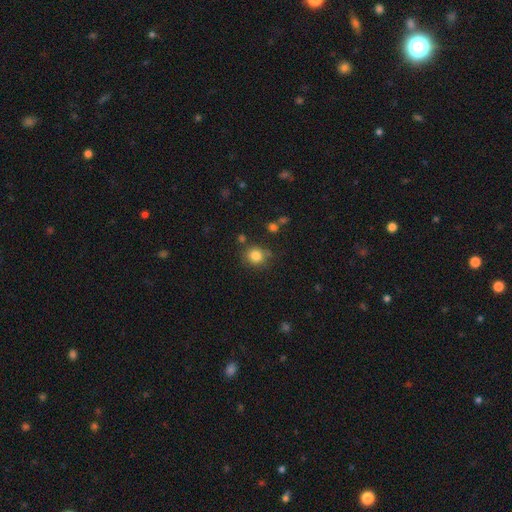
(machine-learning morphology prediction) Overall: smooth (83%). How rounded: round (83%). Merging: none (76%).